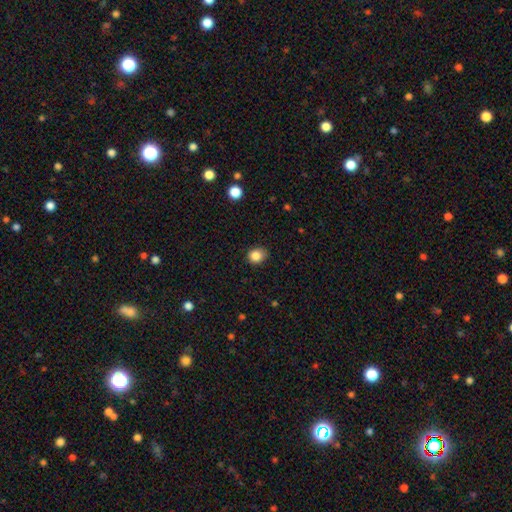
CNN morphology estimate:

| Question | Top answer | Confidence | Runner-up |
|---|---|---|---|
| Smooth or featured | smooth | 85% | star or artifact (11%) |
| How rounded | round | 69% | in between (30%) |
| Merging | none | 81% | minor disturbance (15%) |